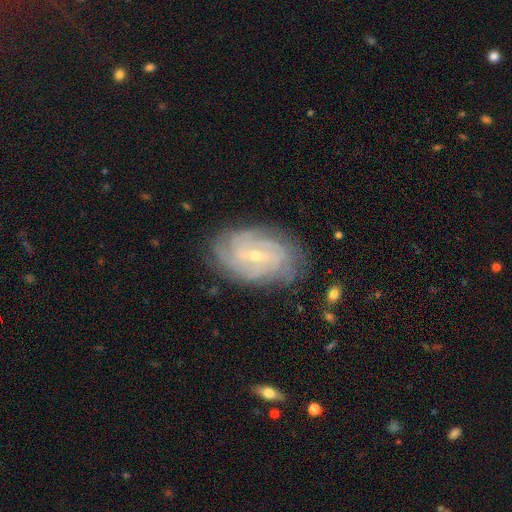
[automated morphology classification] featured or disk 86%, smooth 8%, star or artifact 6%. Down the decision tree: edge-on disk — no (96%); bar — weak (53%); spiral arms — yes (97%); spiral arm count — can't tell (30%); spiral winding — tight (70%); bulge size — small (73%); merging — none (81%).